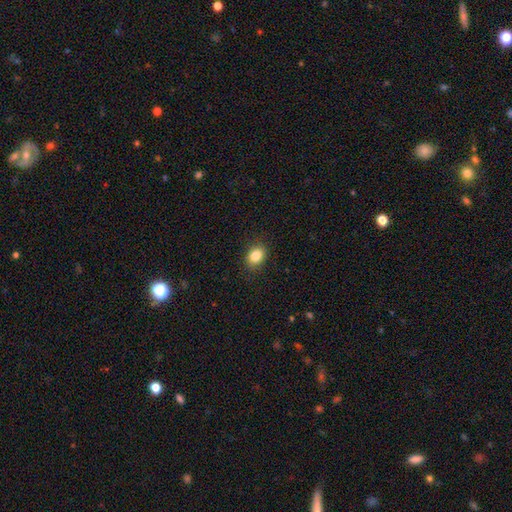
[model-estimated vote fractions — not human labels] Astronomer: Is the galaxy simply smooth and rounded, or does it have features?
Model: smooth — 85%.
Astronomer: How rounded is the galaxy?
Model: in between — 67%.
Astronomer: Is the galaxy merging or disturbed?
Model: none — 87%.